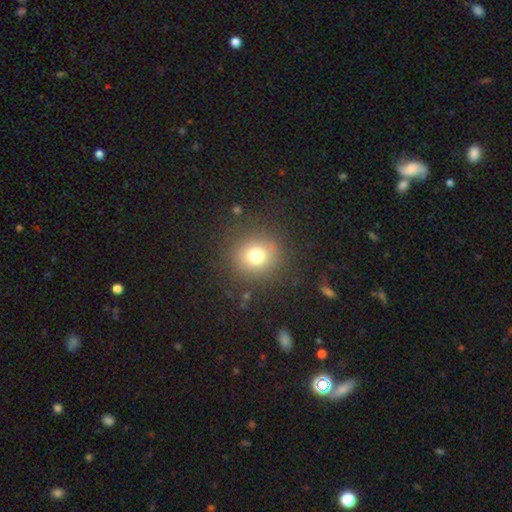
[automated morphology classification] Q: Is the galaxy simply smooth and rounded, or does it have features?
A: smooth — 74%.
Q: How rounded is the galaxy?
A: round — 90%.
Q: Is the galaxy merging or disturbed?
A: none — 87%.